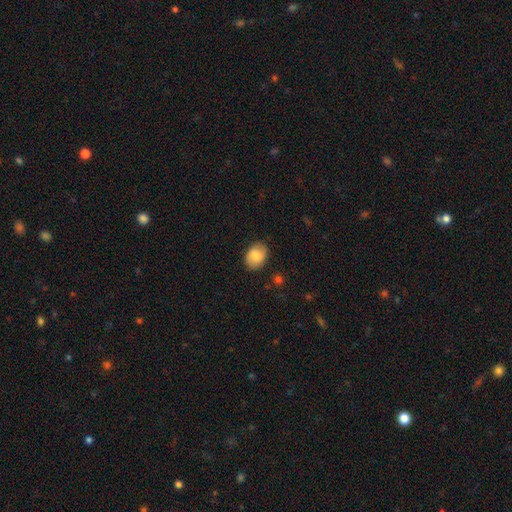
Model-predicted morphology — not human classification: This appears to be a smooth galaxy with no disk features (83%) that is in between round and cigar-shaped (75%). Merging: none (83%).